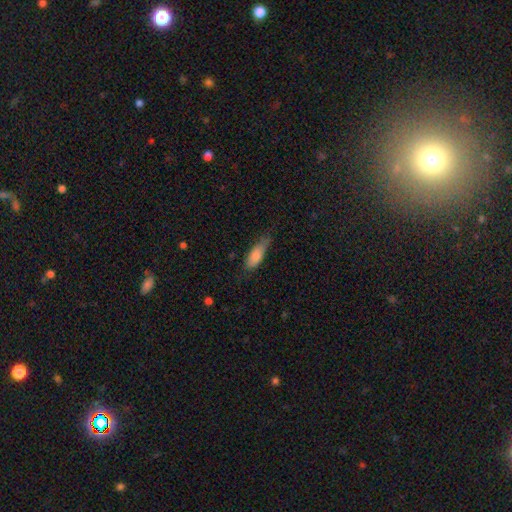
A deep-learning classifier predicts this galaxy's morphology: smooth_or_featured: smooth (p=0.79) [alt: featured or disk p=0.15]
how_rounded: in between (p=0.66) [alt: cigar-shaped p=0.31]
merging: none (p=0.48) [alt: minor disturbance p=0.38]